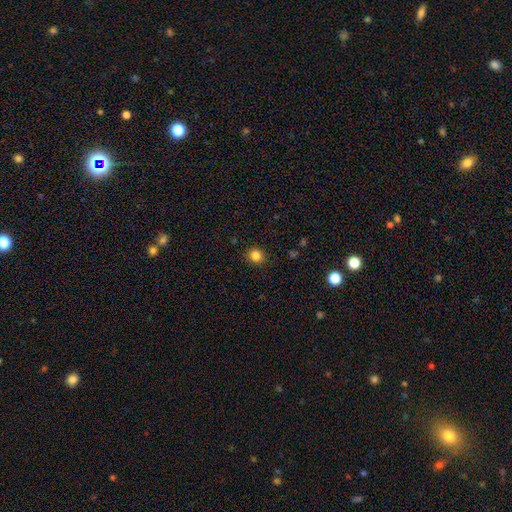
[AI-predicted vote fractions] A smooth galaxy with no disk features (83%) that is round (88%). Merging: none (90%).